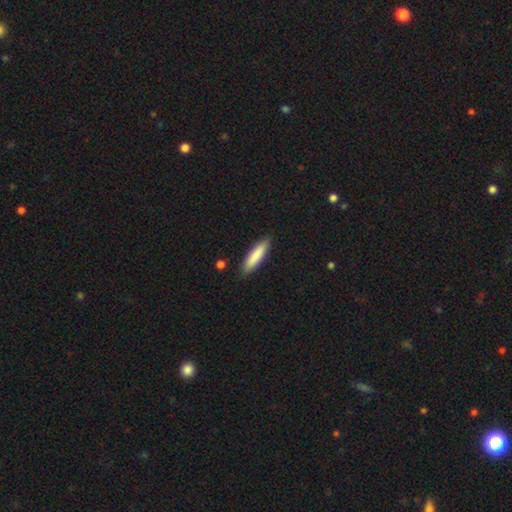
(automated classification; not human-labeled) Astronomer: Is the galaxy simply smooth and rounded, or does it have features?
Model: smooth — 84%.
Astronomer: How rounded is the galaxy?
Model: cigar-shaped — 73%.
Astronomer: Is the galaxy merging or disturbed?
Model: none — 88%.